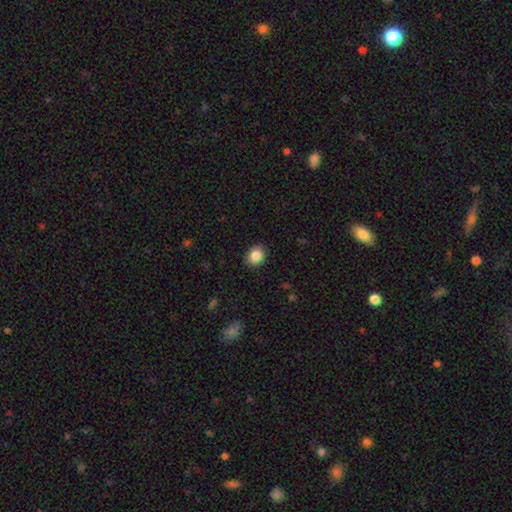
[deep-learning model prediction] Smooth or featured?
  - smooth: 86% *
  - star or artifact: 9%
  - featured or disk: 5%
How rounded?
  - round: 60% *
  - in between: 39%
  - cigar-shaped: 1%
Merging?
  - none: 89% *
  - minor disturbance: 8%
  - major disturbance: 2%
  - merger: 1%